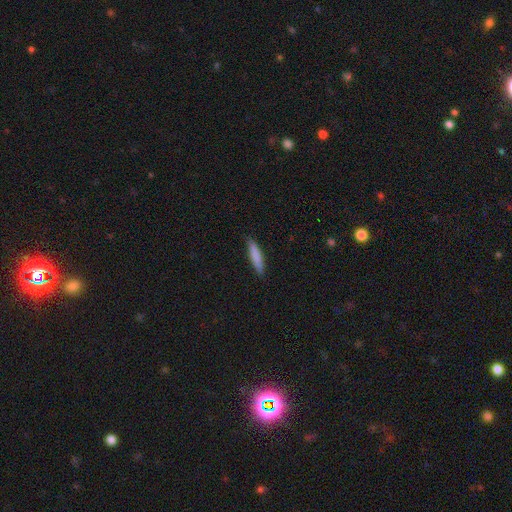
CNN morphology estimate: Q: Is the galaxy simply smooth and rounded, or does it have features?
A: smooth — 80%.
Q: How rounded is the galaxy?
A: cigar-shaped — 87%.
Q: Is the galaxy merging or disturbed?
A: none — 87%.